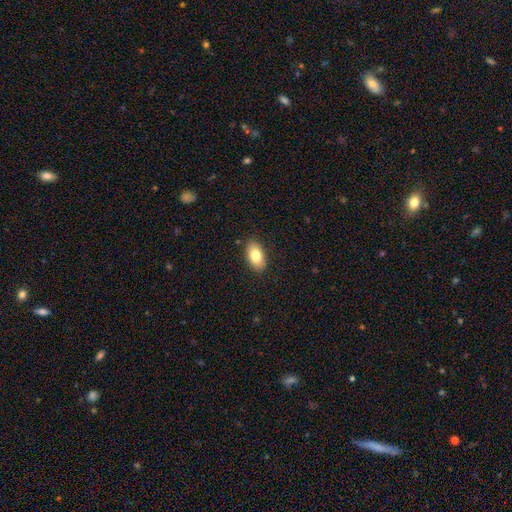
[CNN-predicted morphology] smooth 78%, featured or disk 14%, star or artifact 7%. Down the decision tree: how rounded — in between (92%); merging — none (88%).